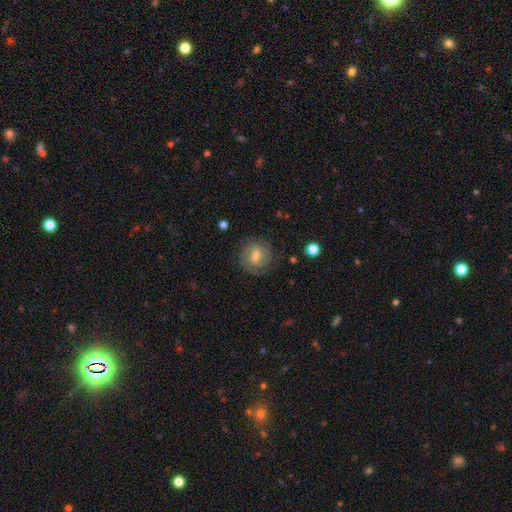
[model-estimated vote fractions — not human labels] Q: Smooth or featured?
A: featured or disk (50%); runner-up: smooth (42%)
Q: Merging?
A: none (77%); runner-up: minor disturbance (15%)